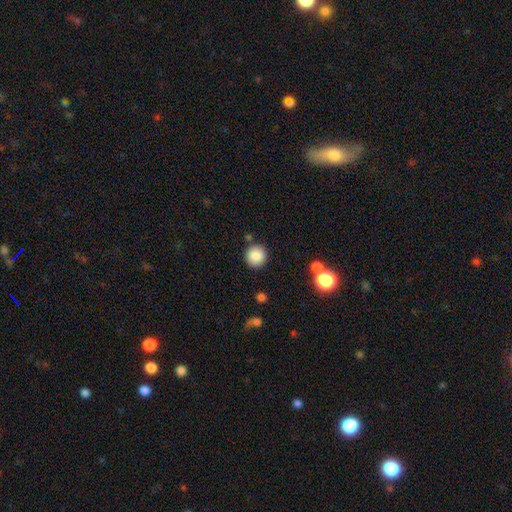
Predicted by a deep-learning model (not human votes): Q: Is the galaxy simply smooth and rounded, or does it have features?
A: smooth — 87%.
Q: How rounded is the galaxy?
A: round — 91%.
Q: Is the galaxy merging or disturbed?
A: none — 86%.